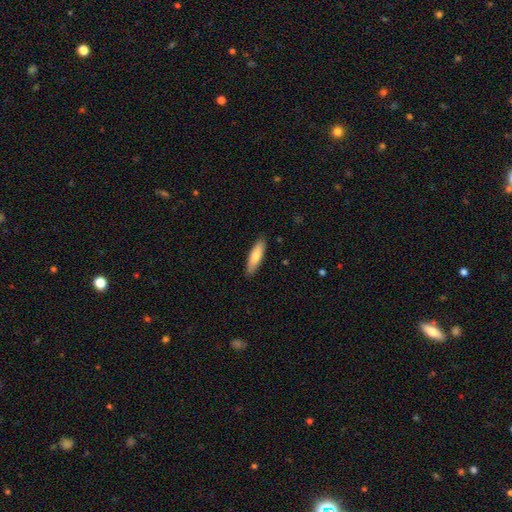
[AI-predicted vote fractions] The model was most divided on "how rounded": cigar-shaped: 57%, in between: 42%, round: 2%. More confident: merging — none (88%); smooth or featured — smooth (76%).